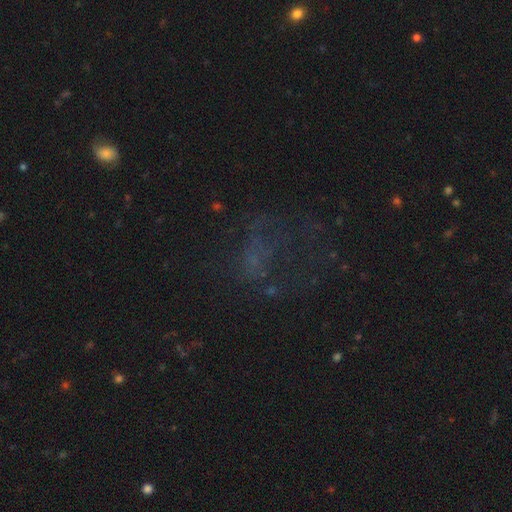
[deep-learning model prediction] star or artifact 40%, featured or disk 35%, smooth 25%.